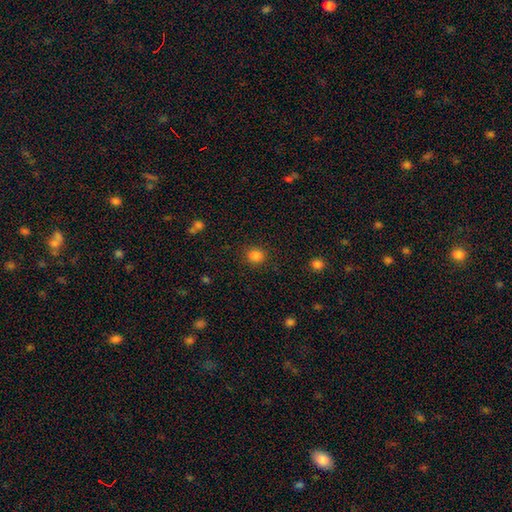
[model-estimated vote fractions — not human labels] Smooth or featured: smooth — 84% (star or artifact — 12%)
How rounded: round — 84% (in between — 15%)
Merging: none — 88% (minor disturbance — 8%)